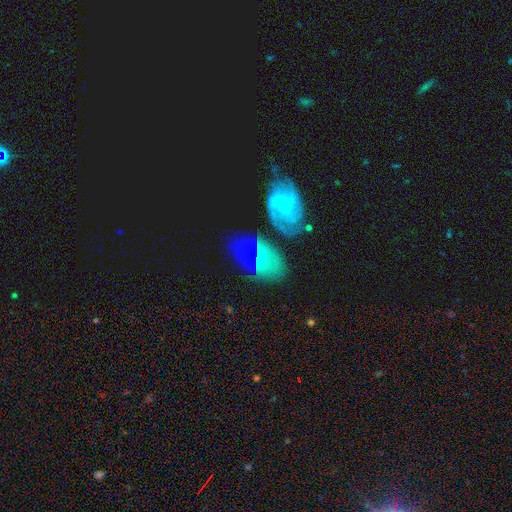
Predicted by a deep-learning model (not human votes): A featured or disk galaxy (57%) with a weak bar (41%), spiral arms (71%) and a small central bulge (65%). Merging: none (56%).